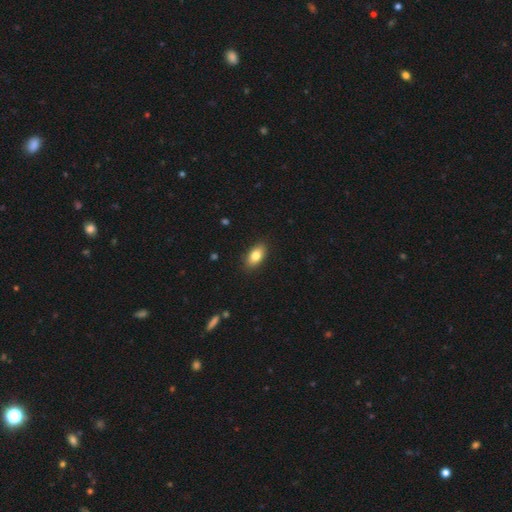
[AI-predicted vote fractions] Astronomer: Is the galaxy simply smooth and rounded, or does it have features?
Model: smooth — 81%.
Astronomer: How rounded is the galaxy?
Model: in between — 89%.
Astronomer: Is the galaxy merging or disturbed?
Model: none — 88%.